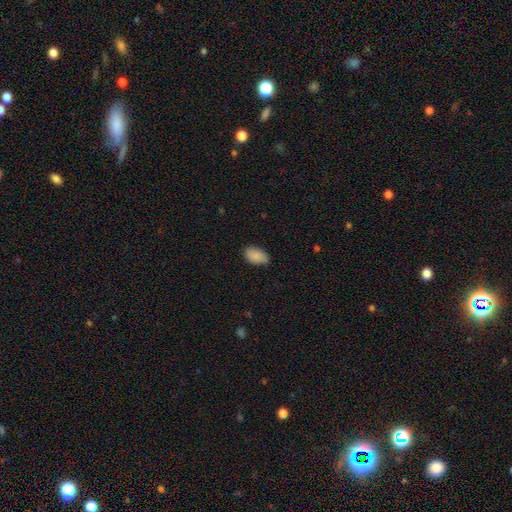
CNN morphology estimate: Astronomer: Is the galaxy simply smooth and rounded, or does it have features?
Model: smooth — 88%.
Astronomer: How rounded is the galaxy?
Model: in between — 92%.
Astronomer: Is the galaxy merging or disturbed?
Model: none — 75%.